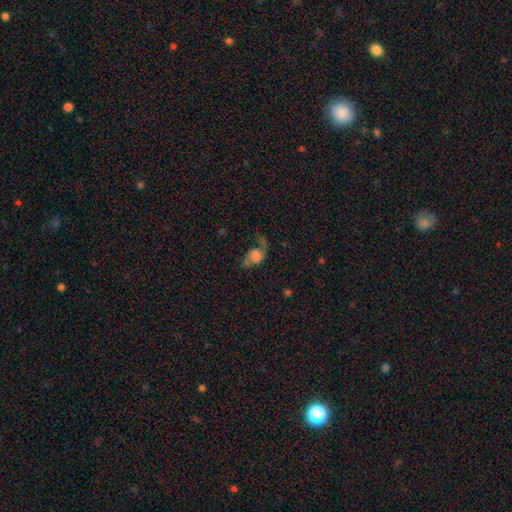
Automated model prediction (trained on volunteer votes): Smooth or featured: featured or disk — 49% (smooth — 39%)
Merging: major disturbance — 40% (none — 34%)